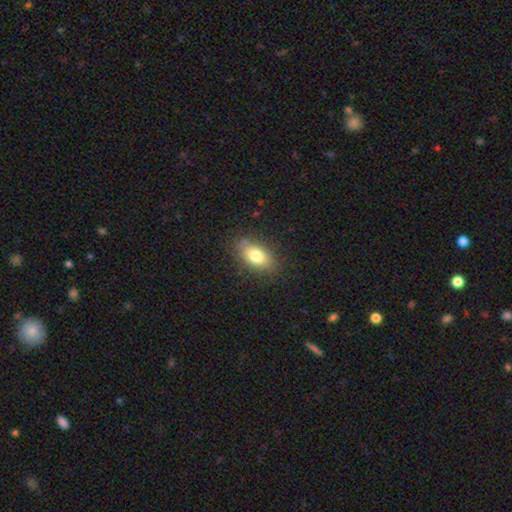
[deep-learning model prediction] Smooth or featured?
  - smooth: 78% *
  - featured or disk: 13%
  - star or artifact: 9%
How rounded?
  - in between: 87% *
  - round: 8%
  - cigar-shaped: 5%
Merging?
  - none: 81% *
  - minor disturbance: 13%
  - major disturbance: 3%
  - merger: 2%